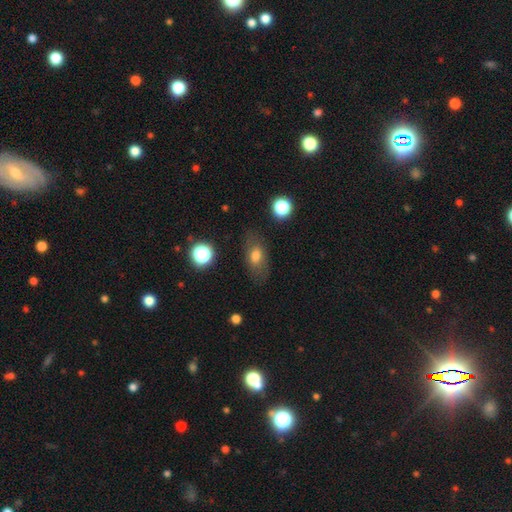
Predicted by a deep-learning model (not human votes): Q: Smooth or featured?
A: smooth (70%); runner-up: featured or disk (18%)
Q: How rounded?
A: in between (82%); runner-up: round (14%)
Q: Merging?
A: none (74%); runner-up: minor disturbance (16%)